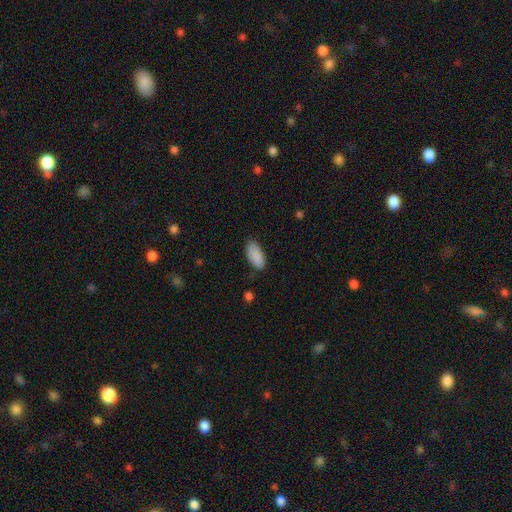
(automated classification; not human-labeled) Smooth or featured? smooth (90%)
How rounded? in between (90%)
Merging? none (80%)